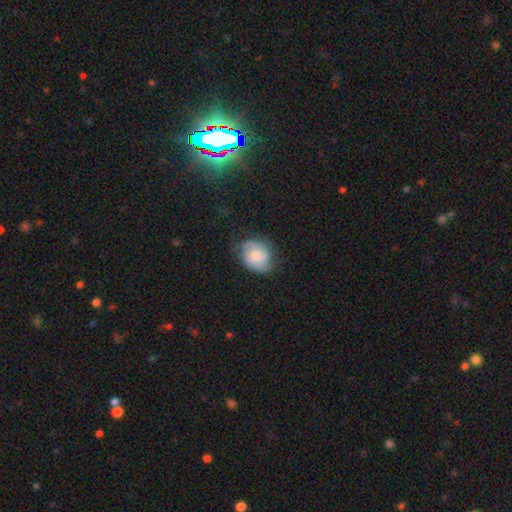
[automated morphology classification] The model was most divided on "how rounded": round: 55%, in between: 44%, cigar-shaped: 1%. More confident: merging — none (61%); smooth or featured — smooth (57%).